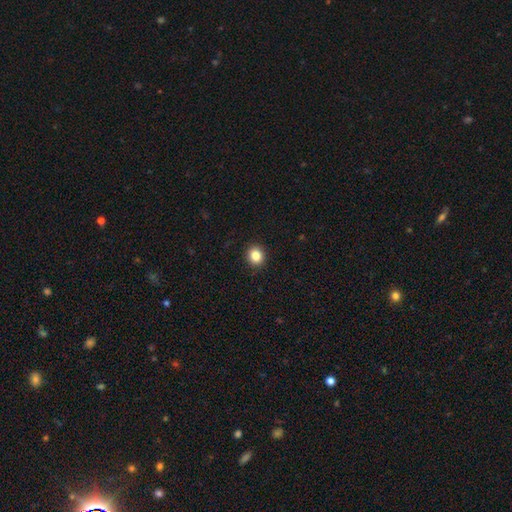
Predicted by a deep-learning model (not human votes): smooth-or-featured: smooth: 85% | star or artifact: 10% | featured or disk: 4%
  how-rounded: round: 81% | in between: 18% | cigar-shaped: 1%
  merging: none: 92% | minor disturbance: 6% | major disturbance: 2% | merger: 1%